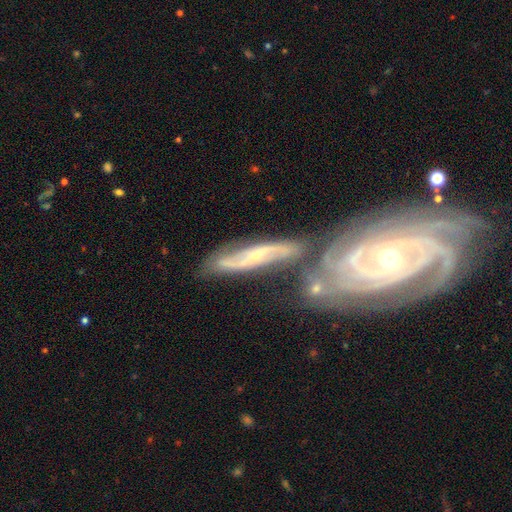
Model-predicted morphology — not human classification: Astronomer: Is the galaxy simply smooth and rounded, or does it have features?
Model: featured or disk — 81%.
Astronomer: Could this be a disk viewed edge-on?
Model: no — 78%.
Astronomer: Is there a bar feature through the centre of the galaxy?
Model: no — 40% (runner-up: weak, 37%).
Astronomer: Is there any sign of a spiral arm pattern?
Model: yes — 94%.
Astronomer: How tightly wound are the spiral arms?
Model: medium — 41% (runner-up: loose, 34%).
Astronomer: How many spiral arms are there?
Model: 2 — 76%.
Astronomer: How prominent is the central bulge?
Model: small — 68%.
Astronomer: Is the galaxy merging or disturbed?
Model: none — 42% (runner-up: merger, 35%).